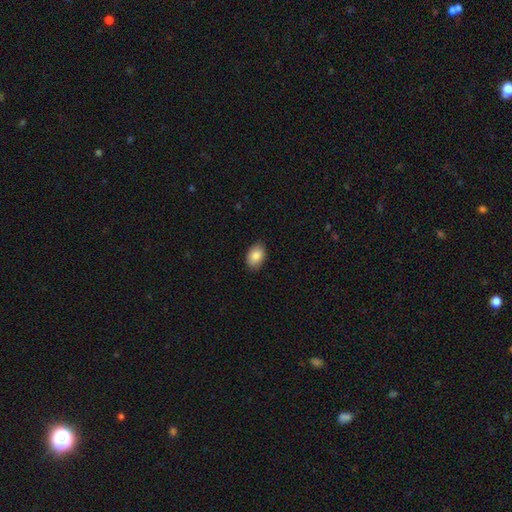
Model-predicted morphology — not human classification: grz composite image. It shows a smooth galaxy with no disk features (86%) that is in between round and cigar-shaped (88%). Merging: none (87%).